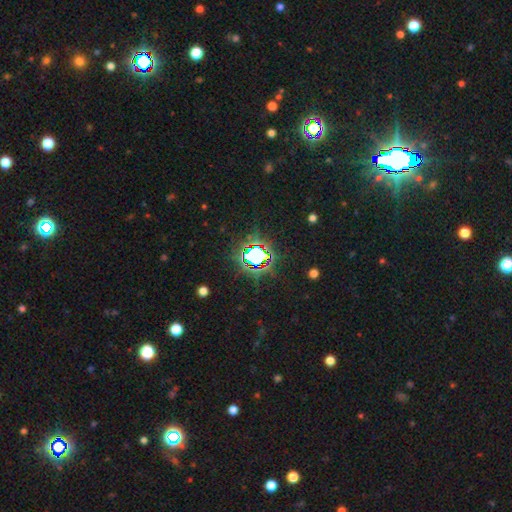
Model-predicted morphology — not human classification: smooth_or_featured: star or artifact (p=0.75) [alt: smooth p=0.15]